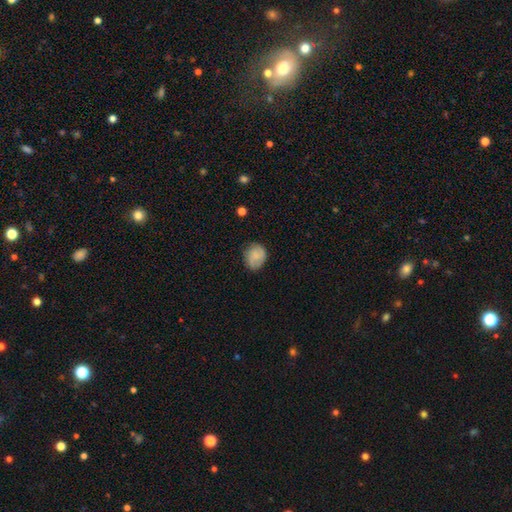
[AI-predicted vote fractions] smooth 74%, featured or disk 18%, star or artifact 8%. Down the decision tree: how rounded — round (61%); merging — none (70%).